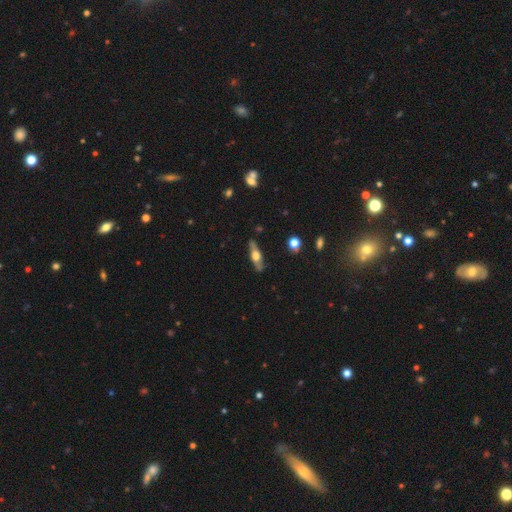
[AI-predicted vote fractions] featured or disk 61%, smooth 33%, star or artifact 6%. Down the decision tree: edge-on disk — yes (89%); edge-on bulge — rounded (92%); merging — none (83%).